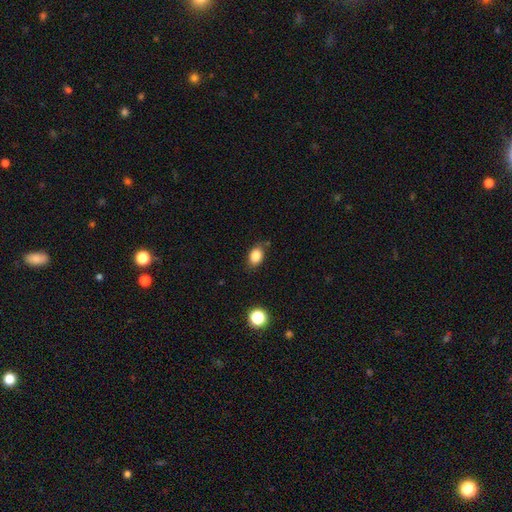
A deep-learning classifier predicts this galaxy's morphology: smooth-or-featured: smooth: 85% | star or artifact: 9% | featured or disk: 5%
  how-rounded: in between: 77% | round: 21% | cigar-shaped: 1%
  merging: none: 77% | minor disturbance: 17% | major disturbance: 4% | merger: 2%